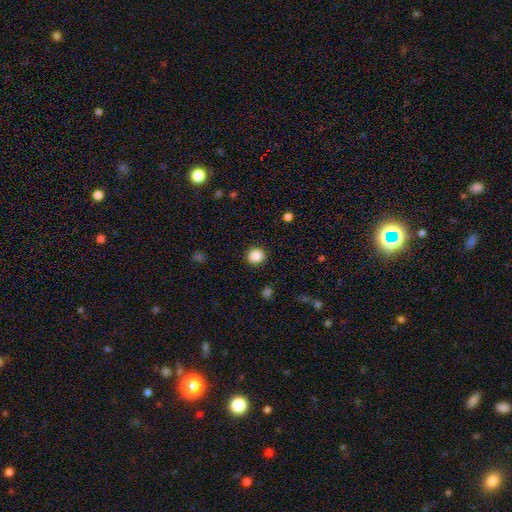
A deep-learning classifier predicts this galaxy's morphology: Smooth or featured? smooth (87%)
How rounded? round (90%)
Merging? none (91%)